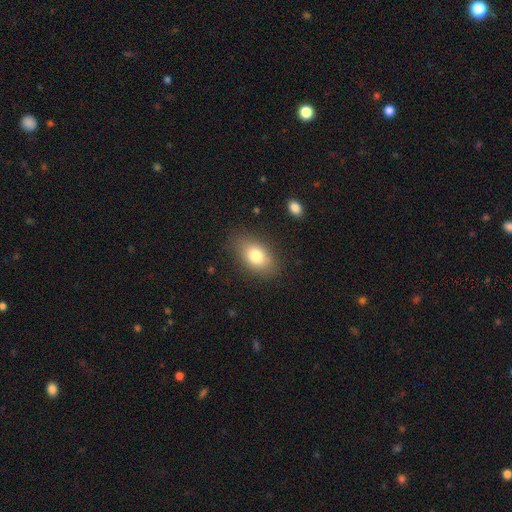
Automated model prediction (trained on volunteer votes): Smooth or featured: smooth — 78% (featured or disk — 13%)
How rounded: in between — 88% (round — 10%)
Merging: none — 81% (minor disturbance — 13%)